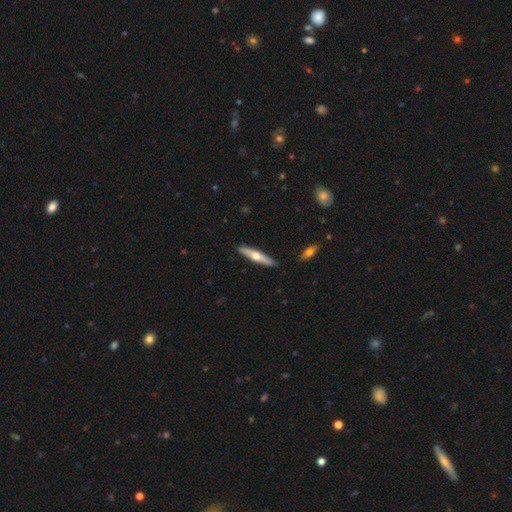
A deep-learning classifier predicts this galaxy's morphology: Q: Smooth or featured?
A: featured or disk (52%); runner-up: smooth (43%)
Q: Edge-on disk?
A: yes (93%); runner-up: no (7%)
Q: Merging?
A: none (90%); runner-up: minor disturbance (7%)